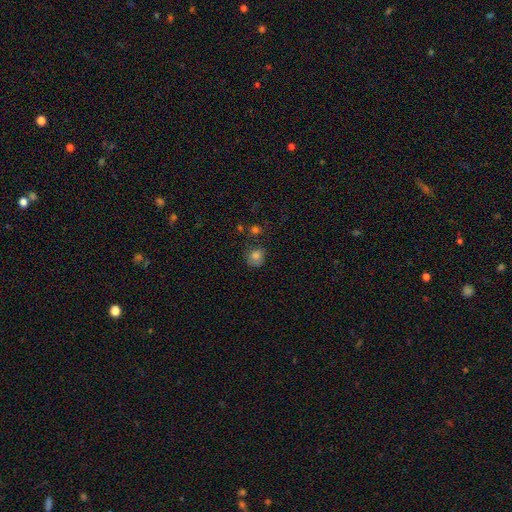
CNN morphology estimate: type=smooth (80%); roundness=round (80%); merging=none (66%).